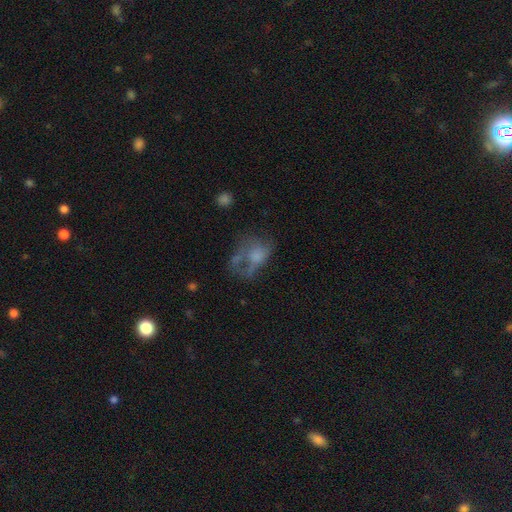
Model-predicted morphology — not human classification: The model was most divided on "smooth or featured": smooth: 48%, featured or disk: 39%, star or artifact: 13%. Remaining: merging — major disturbance (47%).